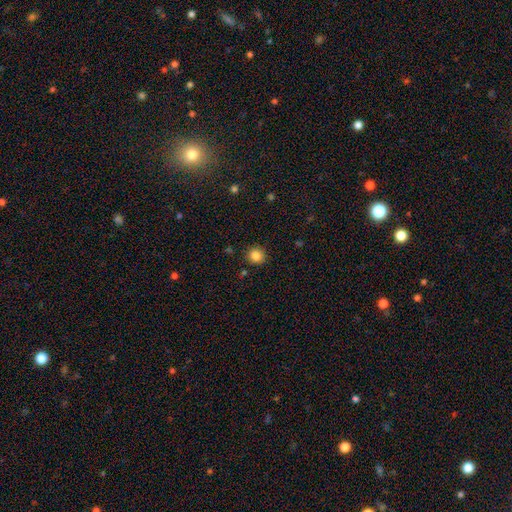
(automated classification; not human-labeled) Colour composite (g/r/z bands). It shows a smooth galaxy with no disk features (85%) that is round (91%). Merging: none (89%).